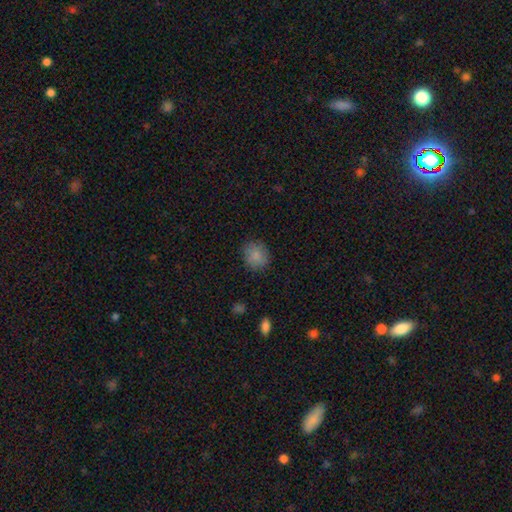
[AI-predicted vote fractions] Smooth or featured?
  - smooth: 85% *
  - star or artifact: 9%
  - featured or disk: 6%
How rounded?
  - round: 78% *
  - in between: 21%
  - cigar-shaped: 1%
Merging?
  - none: 83% *
  - minor disturbance: 12%
  - major disturbance: 3%
  - merger: 1%